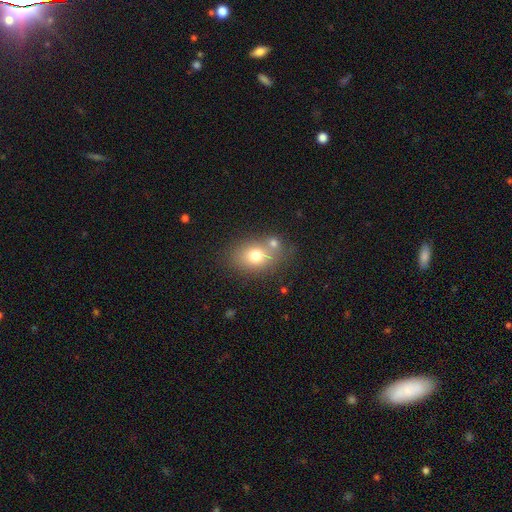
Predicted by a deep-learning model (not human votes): Smooth or featured? smooth (73%)
How rounded? in between (68%)
Merging? none (59%)